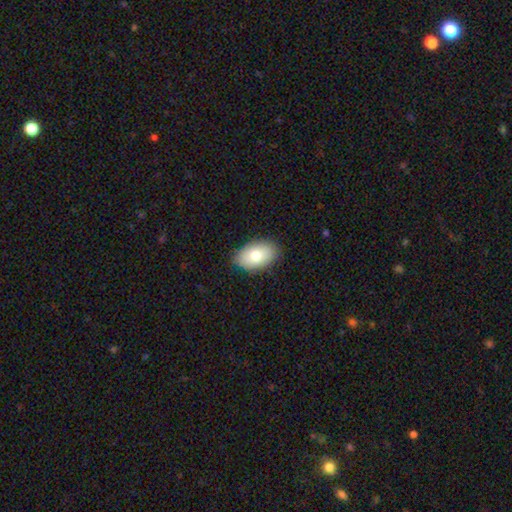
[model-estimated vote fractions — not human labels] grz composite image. It shows a smooth galaxy with no disk features (78%) that is in between round and cigar-shaped (91%). Merging: none (84%).